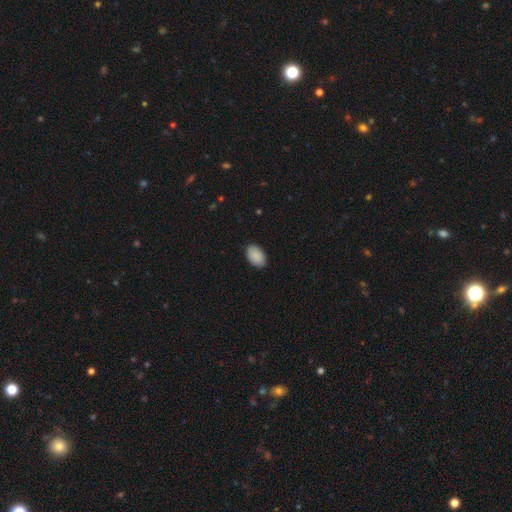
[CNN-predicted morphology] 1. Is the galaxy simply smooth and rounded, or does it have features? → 90% smooth, 6% star or artifact, 4% featured or disk.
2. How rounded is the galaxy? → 91% in between, 8% round, 1% cigar-shaped.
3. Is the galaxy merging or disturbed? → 88% none, 9% minor disturbance, 2% major disturbance, 1% merger.